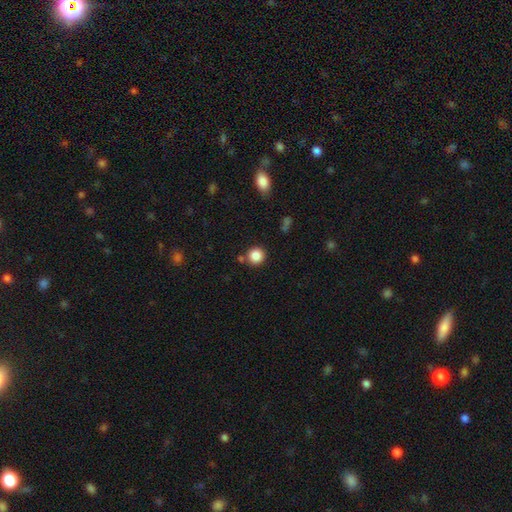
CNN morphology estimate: Smooth or featured?
  - smooth: 85% *
  - star or artifact: 10%
  - featured or disk: 4%
How rounded?
  - round: 92% *
  - in between: 7%
  - cigar-shaped: 1%
Merging?
  - none: 81% *
  - minor disturbance: 8%
  - merger: 8%
  - major disturbance: 3%